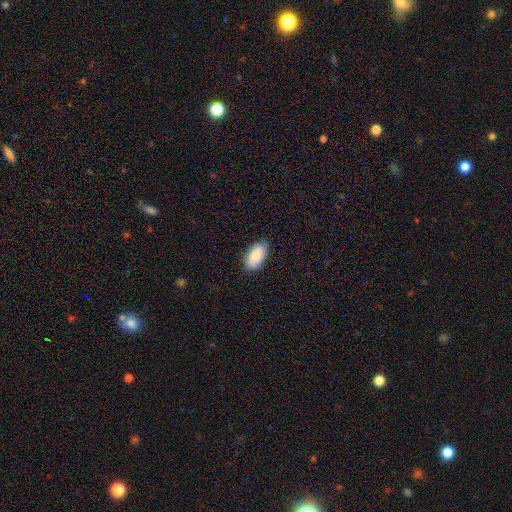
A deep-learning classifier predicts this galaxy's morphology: This is clearly a smooth galaxy (84%). How rounded: clearly in between (94%). Merging: clearly none (85%).